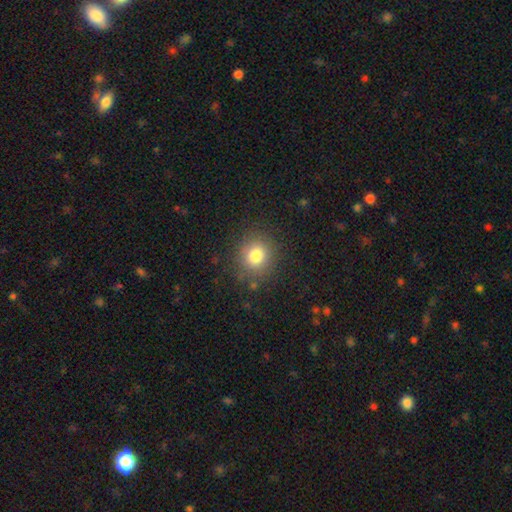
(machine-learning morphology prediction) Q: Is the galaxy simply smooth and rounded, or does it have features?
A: smooth — 81%.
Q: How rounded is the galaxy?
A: round — 82%.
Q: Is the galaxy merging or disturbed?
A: none — 85%.